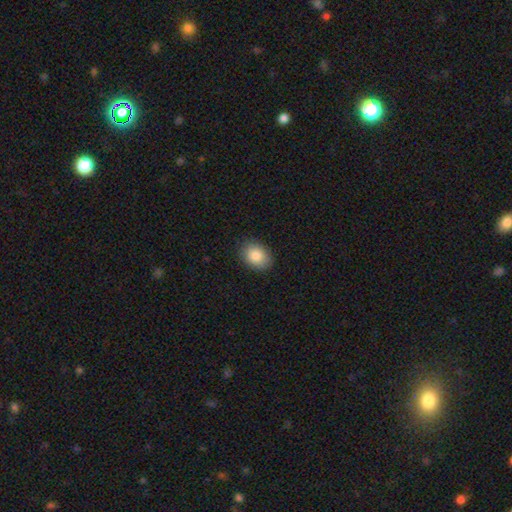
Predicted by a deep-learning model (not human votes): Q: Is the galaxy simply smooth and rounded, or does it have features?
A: smooth — 86%.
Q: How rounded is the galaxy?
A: in between — 65%.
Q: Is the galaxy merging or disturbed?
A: none — 87%.